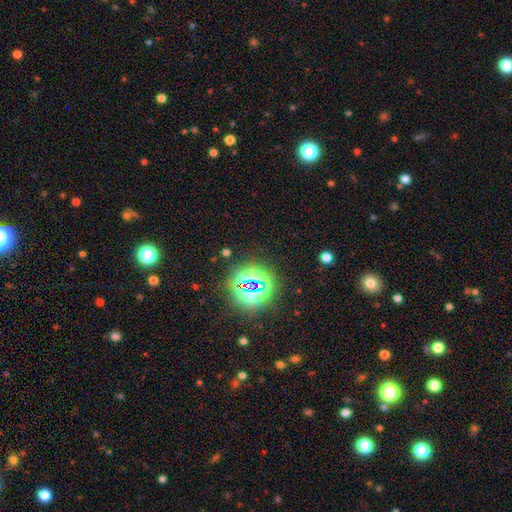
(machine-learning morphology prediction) The model was most divided on "smooth or featured": star or artifact: 79%, smooth: 15%, featured or disk: 6%.